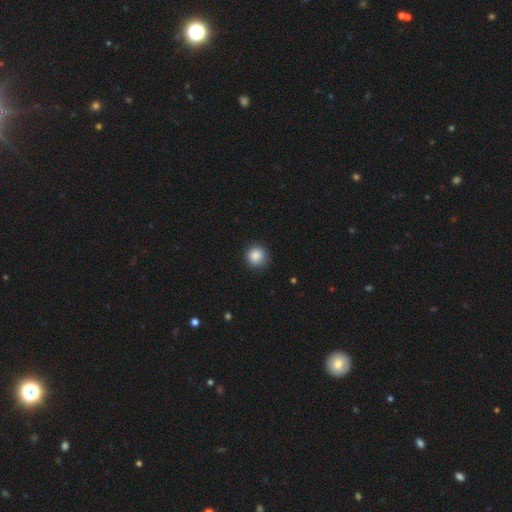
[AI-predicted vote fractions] smooth_or_featured: smooth (p=0.86) [alt: star or artifact p=0.09]
how_rounded: round (p=0.93) [alt: in between p=0.06]
merging: none (p=0.85) [alt: minor disturbance p=0.12]